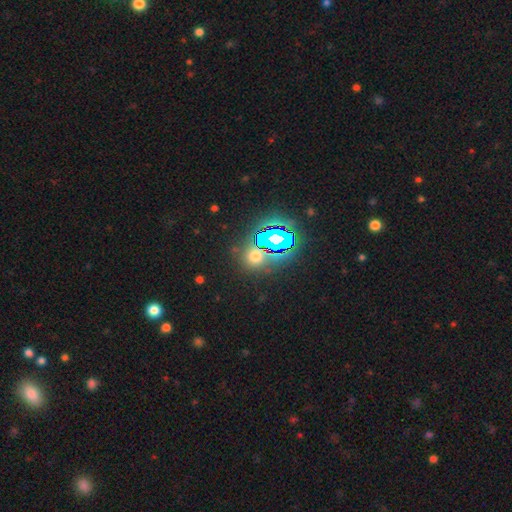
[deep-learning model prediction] smooth_or_featured: star or artifact (p=0.48) [alt: smooth p=0.44]